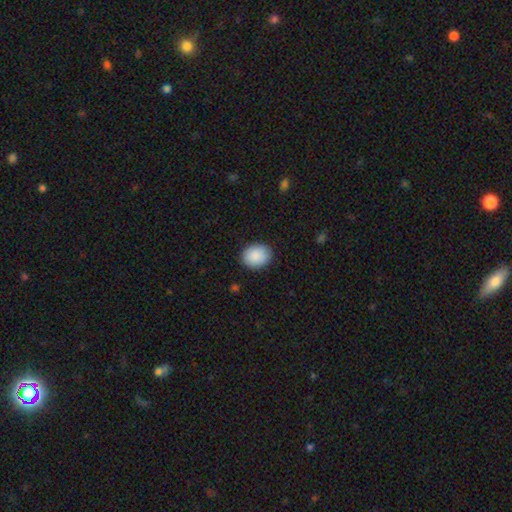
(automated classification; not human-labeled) Morphology: type=smooth (90%); roundness=round (51%); merging=none (88%).